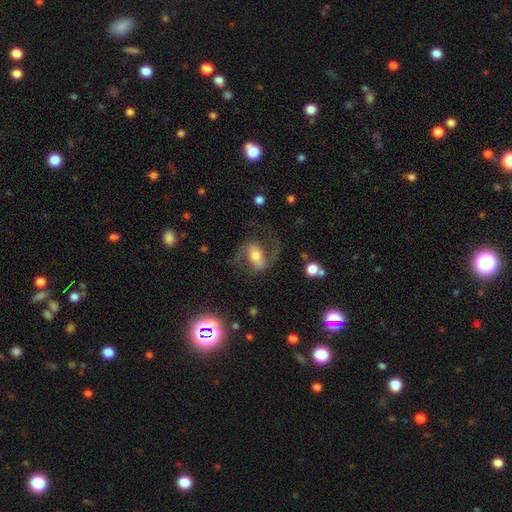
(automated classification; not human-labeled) Smooth or featured: featured or disk — 80% (smooth — 13%)
Edge-on disk: no — 95% (yes — 5%)
Bar: strong — 50% (weak — 34%)
Spiral arms: yes — 92% (no — 8%)
Spiral winding: medium — 53% (loose — 35%)
Spiral arm count: 2 — 92% (can't tell — 3%)
Bulge size: moderate — 60% (small — 20%)
Merging: none — 69% (major disturbance — 15%)